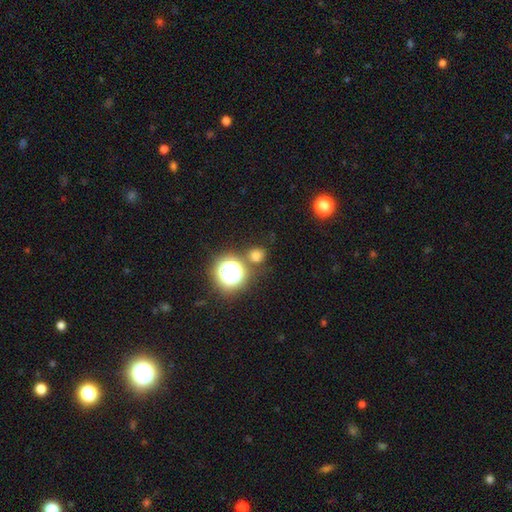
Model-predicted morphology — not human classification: Q: Smooth or featured?
A: smooth (68%); runner-up: star or artifact (26%)
Q: How rounded?
A: round (82%); runner-up: in between (17%)
Q: Merging?
A: none (75%); runner-up: merger (11%)